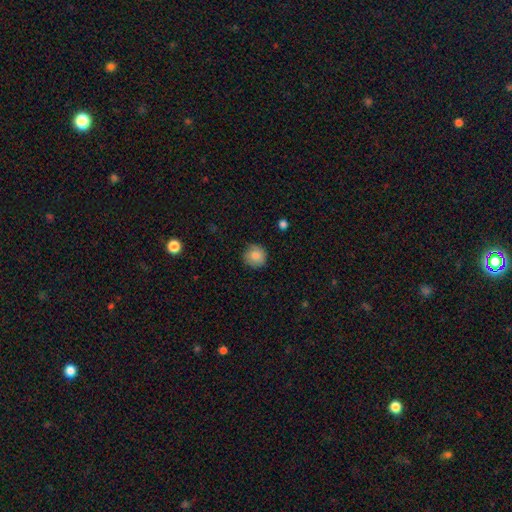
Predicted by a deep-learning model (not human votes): This is clearly a smooth galaxy (84%). How rounded: clearly round (92%). Merging: clearly none (85%).